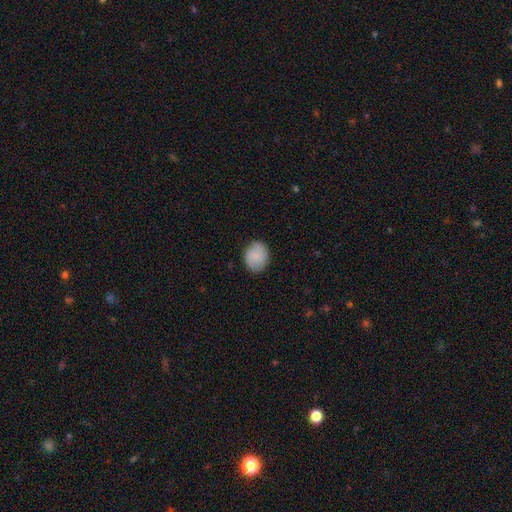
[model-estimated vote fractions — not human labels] Smooth or featured? smooth (83%)
How rounded? round (61%)
Merging? none (84%)